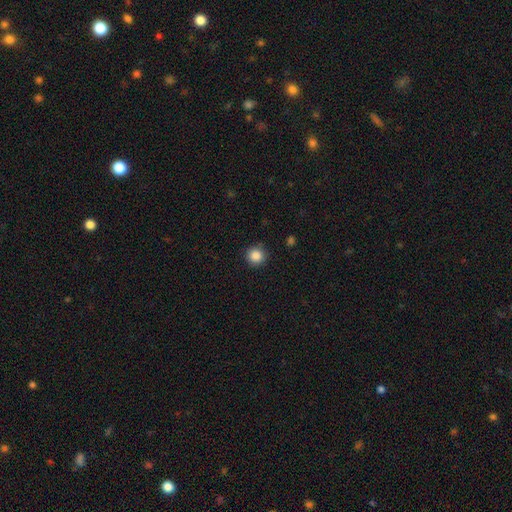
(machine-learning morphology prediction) Smooth or featured? Predicted: smooth (p=0.87). How rounded? Predicted: round (p=0.94). Merging? Predicted: none (p=0.89).